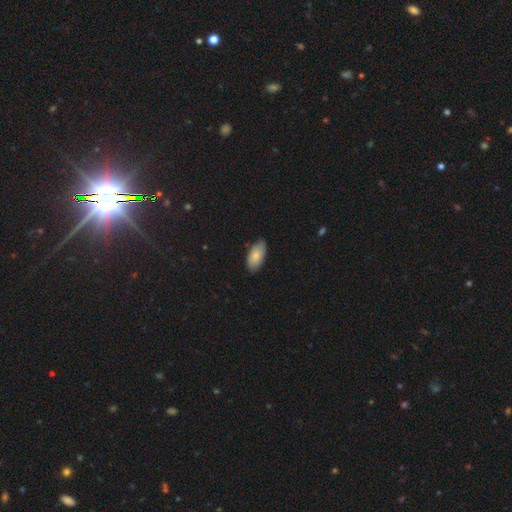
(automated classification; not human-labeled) Morphology: type=smooth (82%); roundness=in between (93%); merging=none (75%).